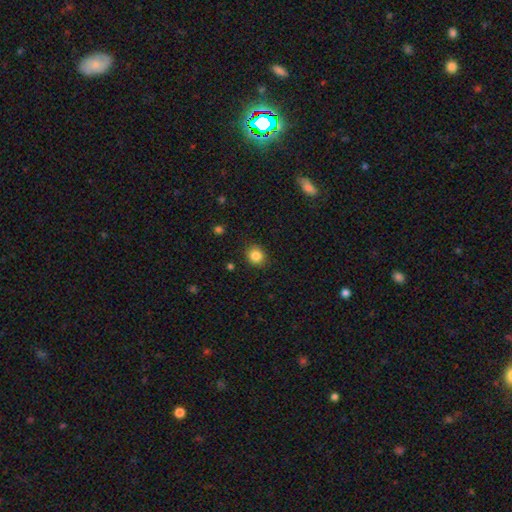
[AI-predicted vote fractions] smooth-or-featured: smooth: 85% | star or artifact: 10% | featured or disk: 5%
  how-rounded: round: 79% | in between: 20% | cigar-shaped: 1%
  merging: none: 89% | minor disturbance: 8% | major disturbance: 2% | merger: 1%